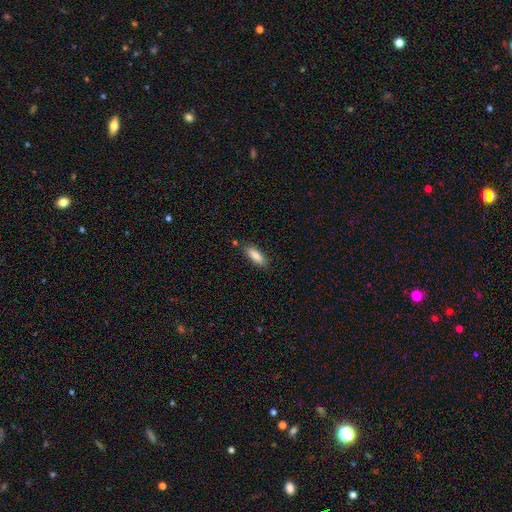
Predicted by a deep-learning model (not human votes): Q: Smooth or featured?
A: smooth (86%); runner-up: featured or disk (8%)
Q: How rounded?
A: in between (57%); runner-up: cigar-shaped (41%)
Q: Merging?
A: none (83%); runner-up: minor disturbance (12%)